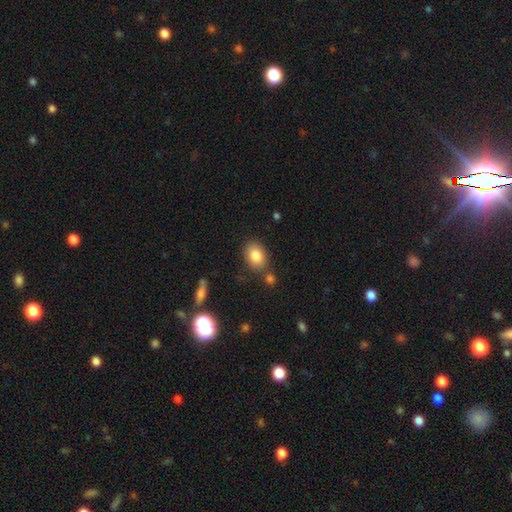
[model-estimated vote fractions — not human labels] Morphology: type=smooth (83%); roundness=in between (75%); merging=none (74%).